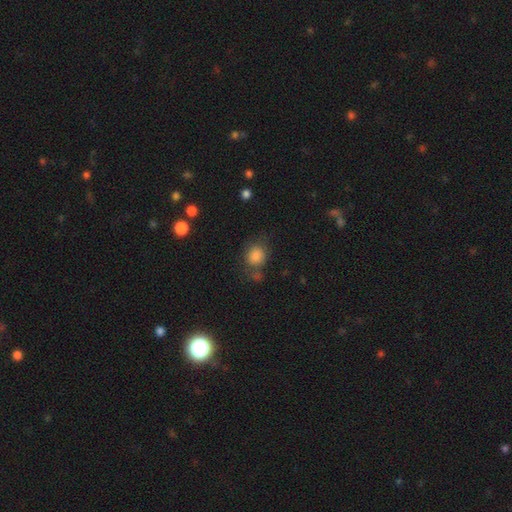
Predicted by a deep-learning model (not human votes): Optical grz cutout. It shows a smooth galaxy with no disk features (84%) that is round (68%). Merging: none (60%).